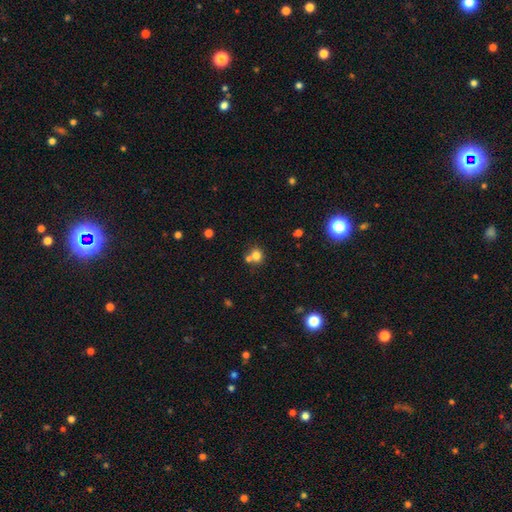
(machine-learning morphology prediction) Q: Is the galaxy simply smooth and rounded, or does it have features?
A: smooth — 76%.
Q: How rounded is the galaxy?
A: round — 82%.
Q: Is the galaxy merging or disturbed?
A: none — 50%.